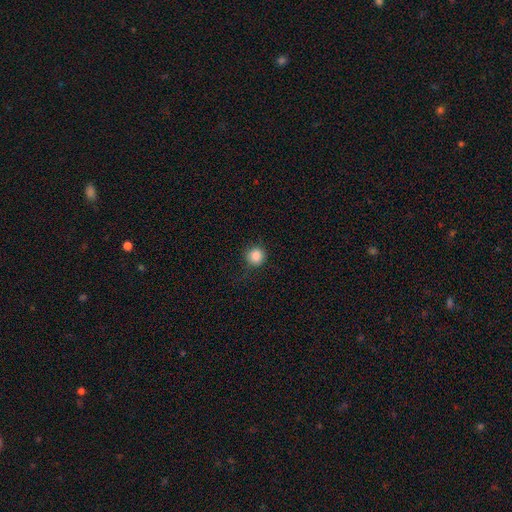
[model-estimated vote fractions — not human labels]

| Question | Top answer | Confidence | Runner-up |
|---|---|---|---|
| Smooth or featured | smooth | 86% | star or artifact (10%) |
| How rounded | round | 94% | in between (5%) |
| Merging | none | 82% | minor disturbance (12%) |